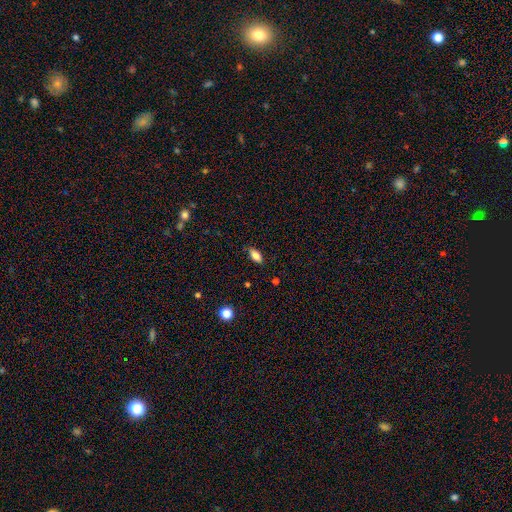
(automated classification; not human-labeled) The model was most divided on "merging": none: 80%, minor disturbance: 16%, major disturbance: 3%, merger: 1%. More confident: how rounded — in between (85%); smooth or featured — smooth (81%).